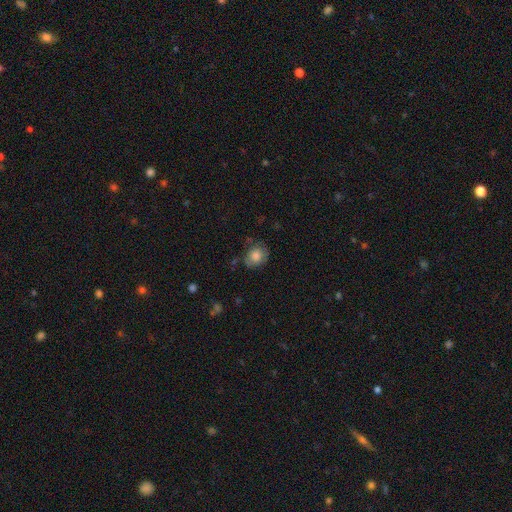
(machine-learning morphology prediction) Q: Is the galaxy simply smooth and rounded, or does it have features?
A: smooth — 78%.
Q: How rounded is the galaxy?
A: round — 62%.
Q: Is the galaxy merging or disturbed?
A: none — 66%.